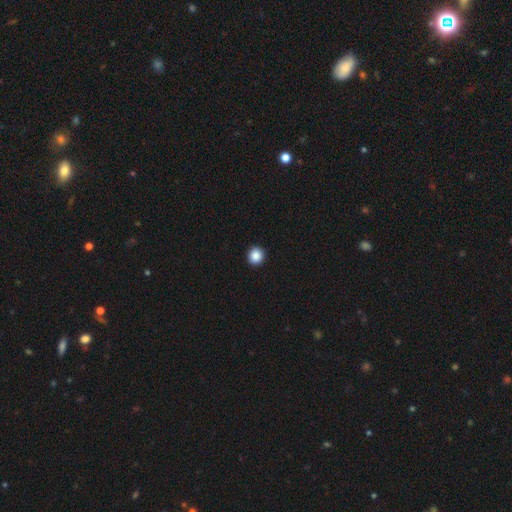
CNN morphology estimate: Q: Smooth or featured?
A: smooth (87%); runner-up: star or artifact (10%)
Q: How rounded?
A: round (92%); runner-up: in between (7%)
Q: Merging?
A: none (94%); runner-up: minor disturbance (4%)